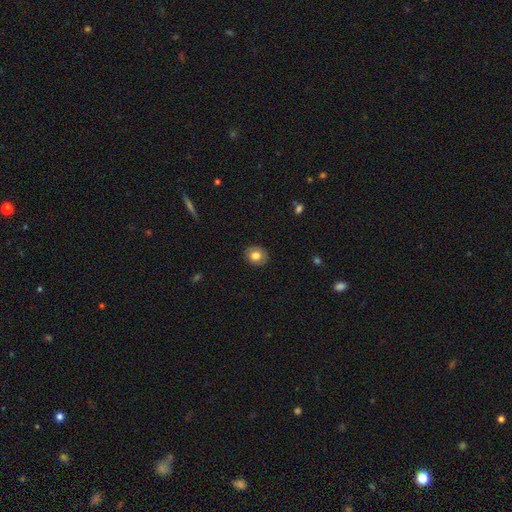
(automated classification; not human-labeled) A smooth galaxy with no disk features (81%) that is round (68%). Merging: none (89%).